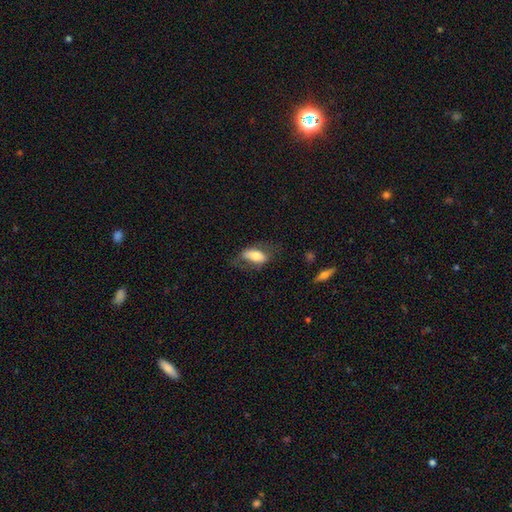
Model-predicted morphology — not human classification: Q: Smooth or featured?
A: smooth (69%); runner-up: featured or disk (25%)
Q: How rounded?
A: in between (85%); runner-up: cigar-shaped (11%)
Q: Merging?
A: none (57%); runner-up: minor disturbance (24%)